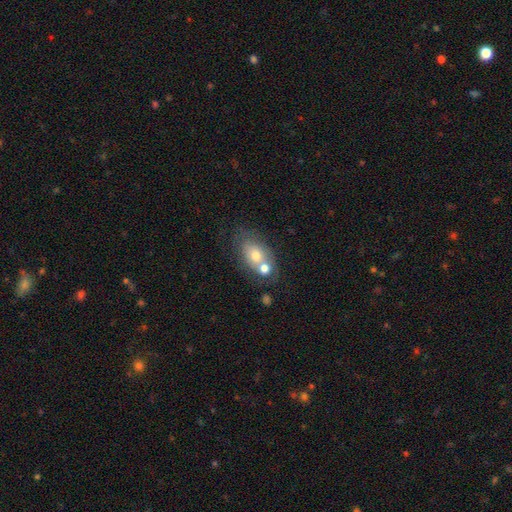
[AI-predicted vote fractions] Smooth or featured? Predicted: smooth (p=0.63). How rounded? Predicted: in between (p=0.74). Merging? Predicted: merger (p=0.47).